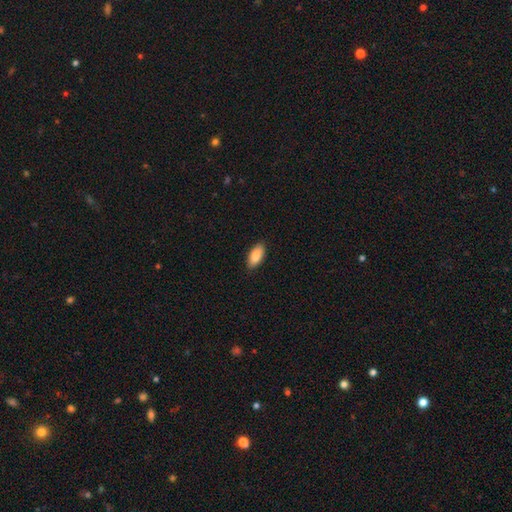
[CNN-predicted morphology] This is clearly a smooth galaxy (88%). How rounded: clearly in between (92%). Merging: clearly none (88%).